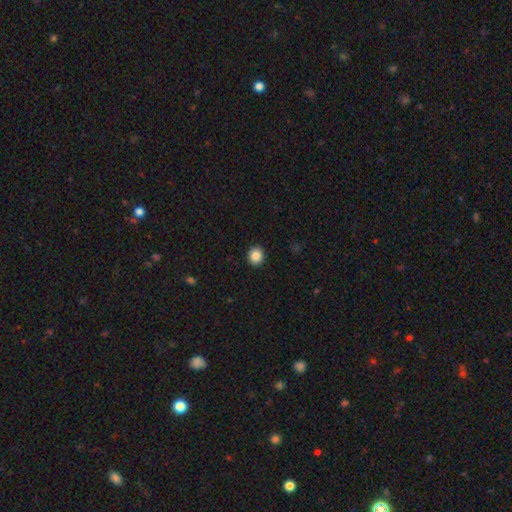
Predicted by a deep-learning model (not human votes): Smooth or featured?
  - smooth: 87% *
  - star or artifact: 9%
  - featured or disk: 4%
How rounded?
  - round: 77% *
  - in between: 22%
  - cigar-shaped: 1%
Merging?
  - none: 93% *
  - minor disturbance: 5%
  - major disturbance: 2%
  - merger: 1%